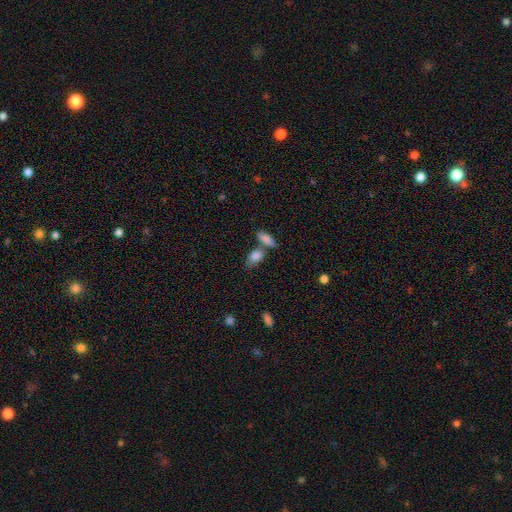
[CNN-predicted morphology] A smooth galaxy with no disk features (84%) that is in between round and cigar-shaped (85%).

Vote fractions:
- Smooth or featured? smooth: 84% / featured or disk: 9% / star or artifact: 7%
- How rounded? in between: 85% / round: 9% / cigar-shaped: 6%
- Merging? none: 47% / merger: 34% / minor disturbance: 14% / major disturbance: 5%